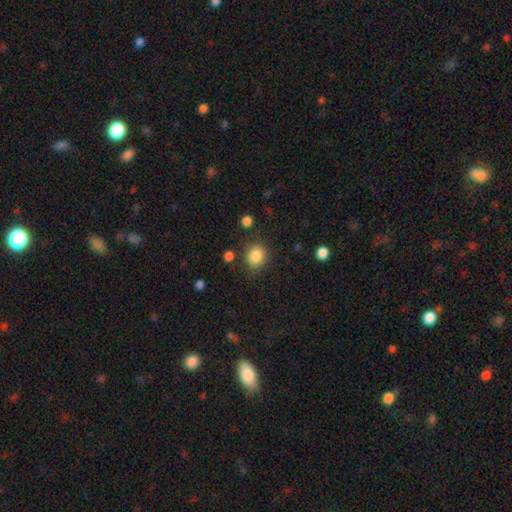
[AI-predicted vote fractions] A smooth galaxy with no disk features (86%) that is round (75%). Merging: none (79%).